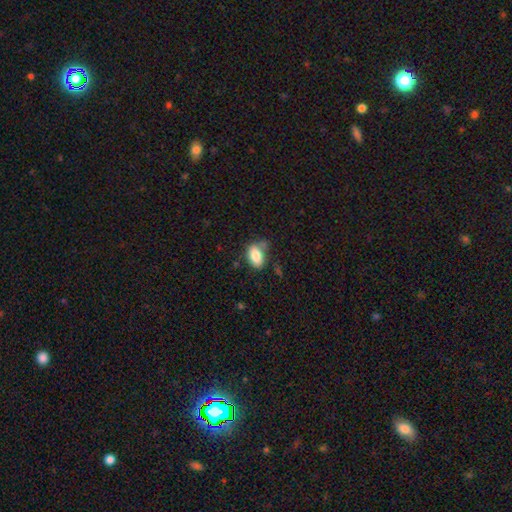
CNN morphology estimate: Smooth or featured?
  - smooth: 83% *
  - featured or disk: 9%
  - star or artifact: 8%
How rounded?
  - in between: 89% *
  - round: 9%
  - cigar-shaped: 2%
Merging?
  - none: 57% *
  - minor disturbance: 26%
  - merger: 9%
  - major disturbance: 8%